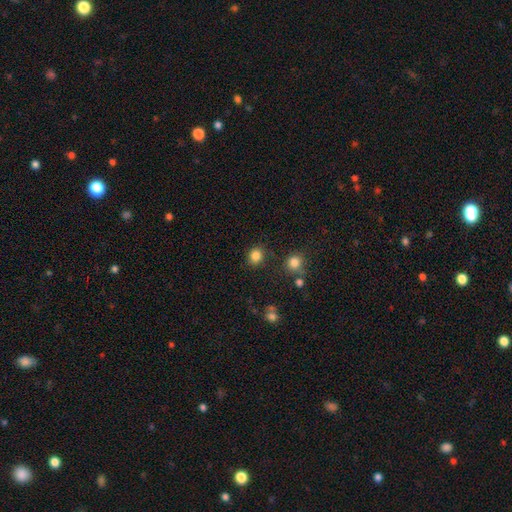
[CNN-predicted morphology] smooth 84%, star or artifact 12%, featured or disk 4%. Down the decision tree: how rounded — round (72%); merging — none (84%).